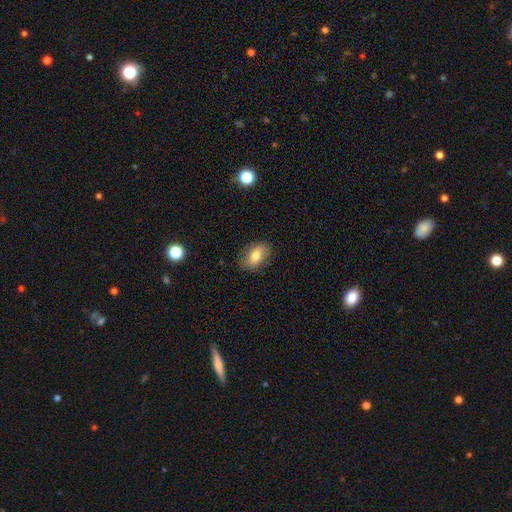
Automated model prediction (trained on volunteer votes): A smooth galaxy with no disk features (74%) that is in between round and cigar-shaped (83%).

Vote fractions:
- Smooth or featured? smooth: 74% / featured or disk: 17% / star or artifact: 9%
- How rounded? in between: 83% / round: 15% / cigar-shaped: 2%
- Merging? none: 83% / minor disturbance: 13% / major disturbance: 3% / merger: 1%